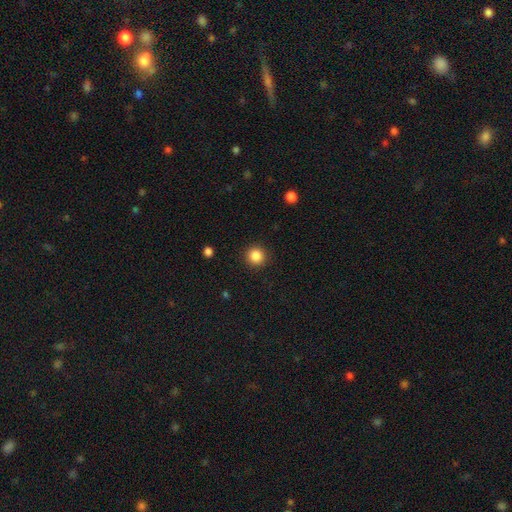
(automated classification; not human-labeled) Q: Smooth or featured?
A: smooth (86%); runner-up: star or artifact (11%)
Q: How rounded?
A: round (94%); runner-up: in between (5%)
Q: Merging?
A: none (91%); runner-up: minor disturbance (6%)